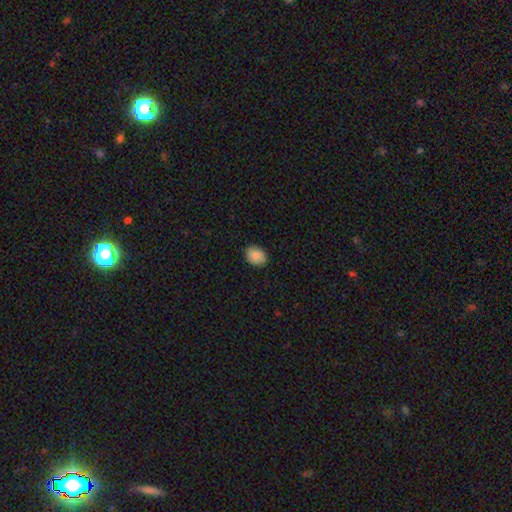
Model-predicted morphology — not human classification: Smooth or featured? Predicted: smooth (p=0.89). How rounded? Predicted: in between (p=0.52). Merging? Predicted: none (p=0.89).